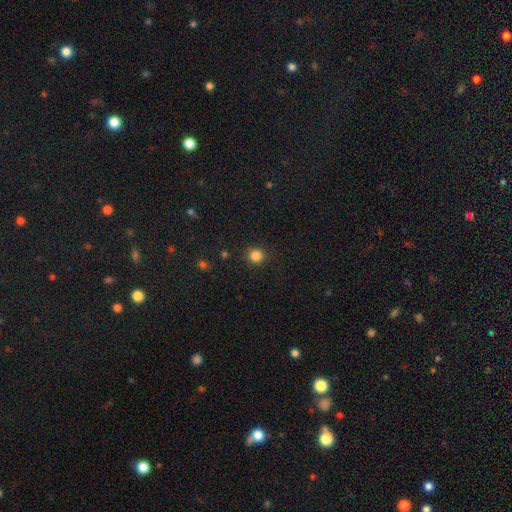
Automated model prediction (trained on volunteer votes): Morphology: type=smooth (84%); roundness=round (93%); merging=none (90%).